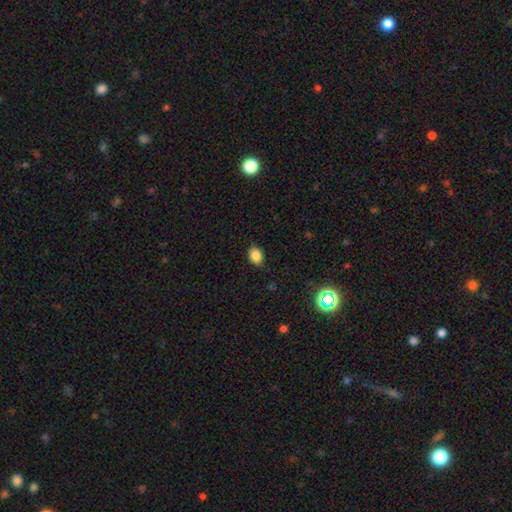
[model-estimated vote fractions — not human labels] smooth_or_featured: smooth (p=0.85) [alt: star or artifact p=0.10]
how_rounded: in between (p=0.69) [alt: round p=0.29]
merging: none (p=0.85) [alt: minor disturbance p=0.12]